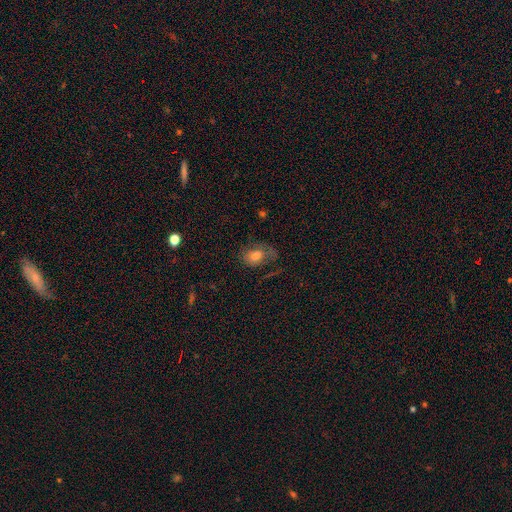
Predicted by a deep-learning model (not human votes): This appears to be a smooth galaxy with no disk features (63%) that is in between round and cigar-shaped (71%). Merging: none (52%).